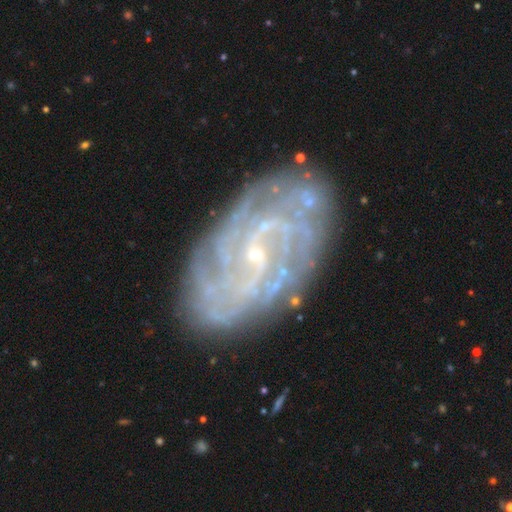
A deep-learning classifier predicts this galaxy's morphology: smooth_or_featured: featured or disk (p=0.87) [alt: smooth p=0.06]
disk_edge_on: no (p=0.96) [alt: yes p=0.04]
bar: no (p=0.44) [alt: weak p=0.43]
has_spiral_arms: yes (p=0.97) [alt: no p=0.03]
spiral_winding: tight (p=0.66) [alt: medium p=0.27]
spiral_arm_count: can't tell (p=0.29) [alt: 4 p=0.20]
bulge_size: small (p=0.81) [alt: moderate p=0.14]
merging: none (p=0.81) [alt: minor disturbance p=0.13]